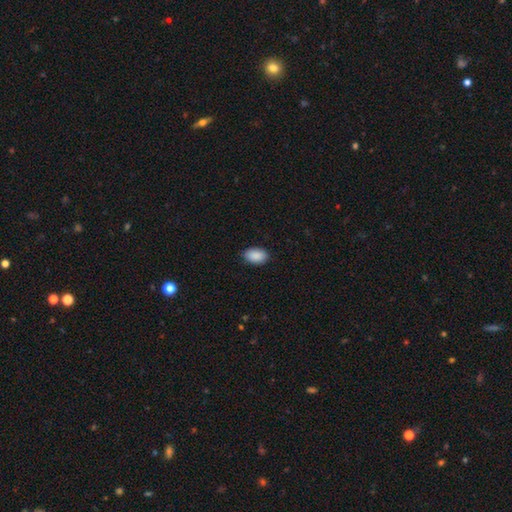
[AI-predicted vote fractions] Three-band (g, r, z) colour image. It shows a smooth galaxy with no disk features (91%) that is in between round and cigar-shaped (92%). Merging: none (88%).